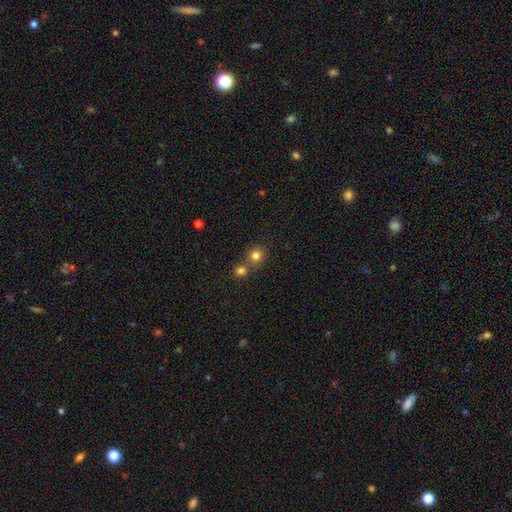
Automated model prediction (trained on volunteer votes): Q: Smooth or featured?
A: smooth (80%); runner-up: star or artifact (14%)
Q: How rounded?
A: round (87%); runner-up: in between (12%)
Q: Merging?
A: none (61%); runner-up: merger (30%)